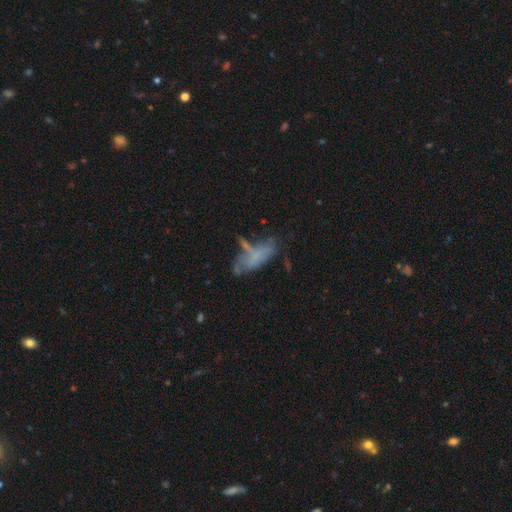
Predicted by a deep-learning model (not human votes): A smooth galaxy with no disk features (51%) that is in between round and cigar-shaped (67%).

Vote fractions:
- Smooth or featured? smooth: 51% / featured or disk: 36% / star or artifact: 14%
- How rounded? in between: 67% / cigar-shaped: 30% / round: 3%
- Merging? none: 33% / major disturbance: 28% / minor disturbance: 25% / merger: 15%